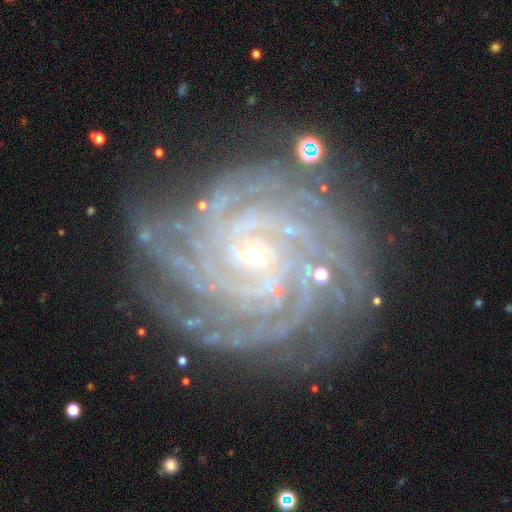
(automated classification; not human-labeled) Morphology: type=featured or disk (91%); edge-on=no (98%); bar=no (63%); spiral arms=yes (99%); winding=tight (83%); arm count=more than 4 (35%); bulge=small (86%); merging=none (78%).